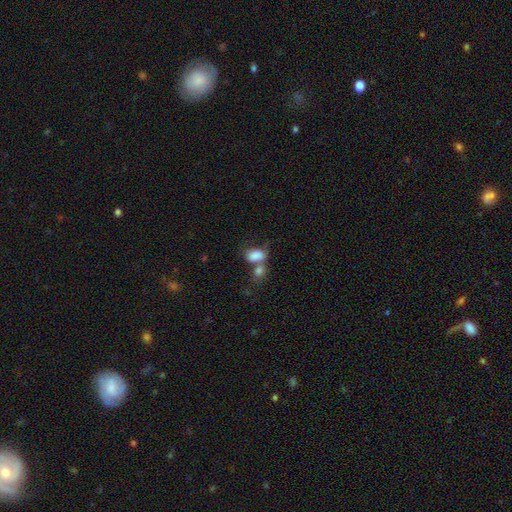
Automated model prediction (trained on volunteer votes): A smooth galaxy with no disk features (80%) that is in between round and cigar-shaped (84%). Merging: merger (59%).